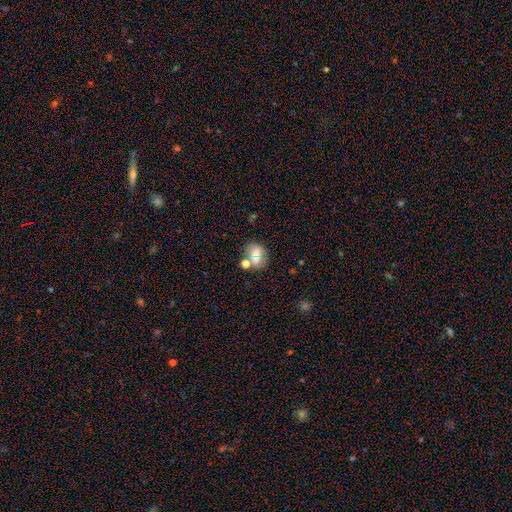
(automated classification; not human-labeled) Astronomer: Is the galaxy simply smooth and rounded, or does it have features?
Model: smooth — 66%.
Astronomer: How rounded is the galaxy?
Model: in between — 56% (runner-up: round, 43%).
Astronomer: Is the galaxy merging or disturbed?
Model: none — 53%.